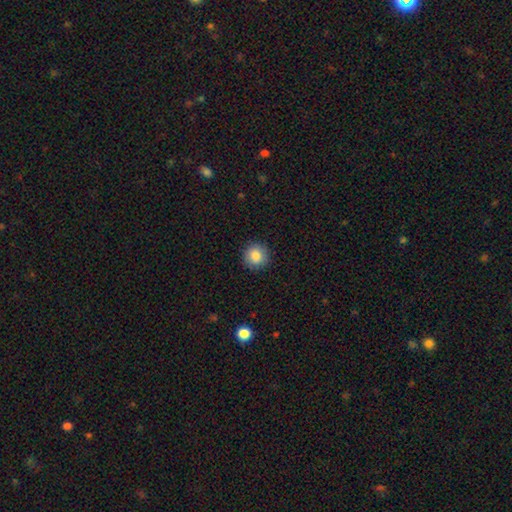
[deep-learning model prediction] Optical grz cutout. It shows a smooth galaxy with no disk features (85%) that is round (93%). Merging: none (90%).